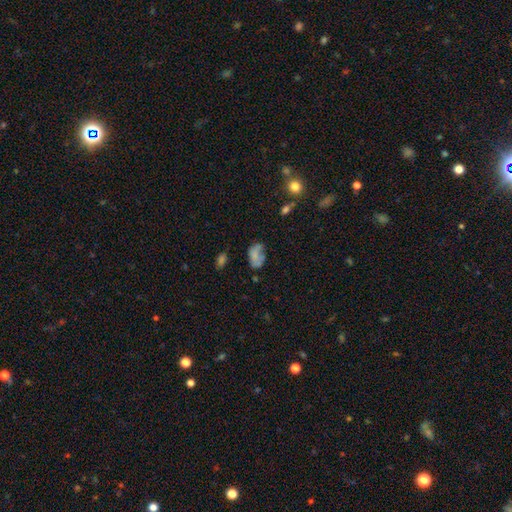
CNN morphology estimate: Smooth or featured? smooth (62%)
How rounded? in between (87%)
Merging? none (38%)